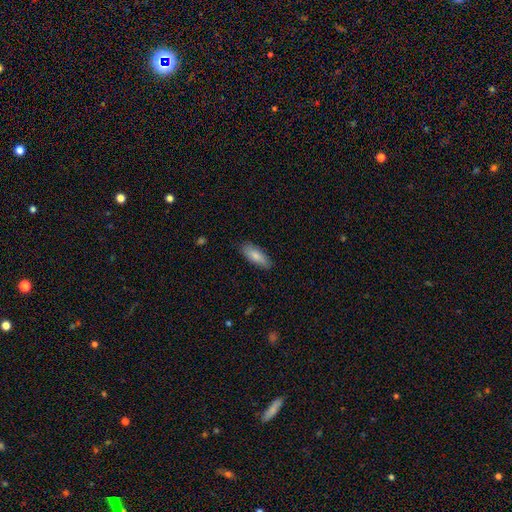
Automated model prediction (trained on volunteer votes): smooth 83%, featured or disk 11%, star or artifact 6%. Down the decision tree: how rounded — in between (67%); merging — none (82%).